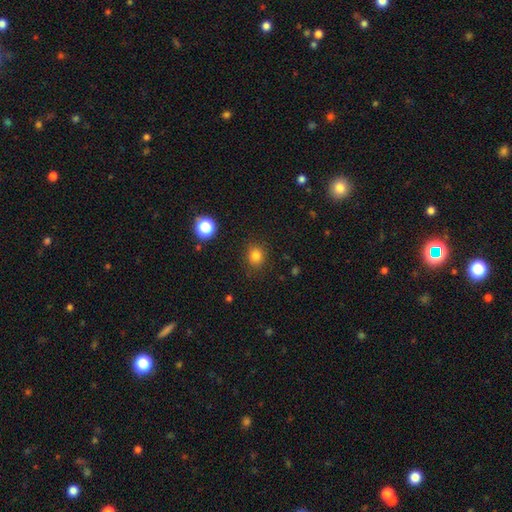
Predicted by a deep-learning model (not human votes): smooth-or-featured: smooth: 81% | star or artifact: 14% | featured or disk: 5%
  how-rounded: round: 77% | in between: 22% | cigar-shaped: 1%
  merging: none: 86% | minor disturbance: 10% | major disturbance: 3% | merger: 1%